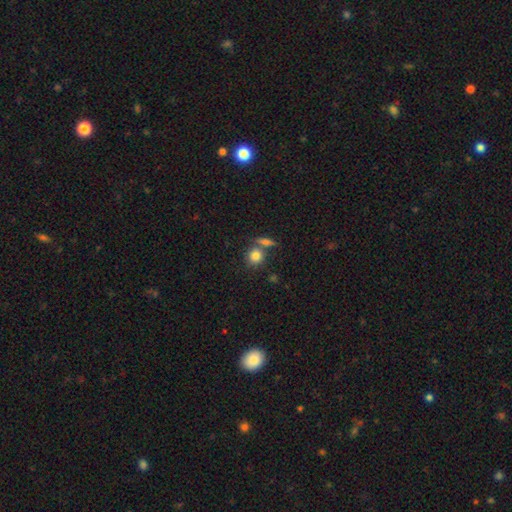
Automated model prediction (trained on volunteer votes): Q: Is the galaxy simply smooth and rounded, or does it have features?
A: smooth — 80%.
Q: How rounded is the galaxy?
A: round — 82%.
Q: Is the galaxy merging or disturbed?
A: none — 62%.